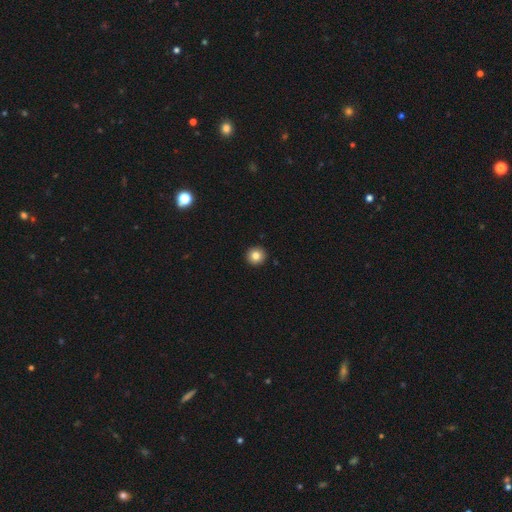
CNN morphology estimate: type=smooth (83%); roundness=round (95%); merging=none (94%).